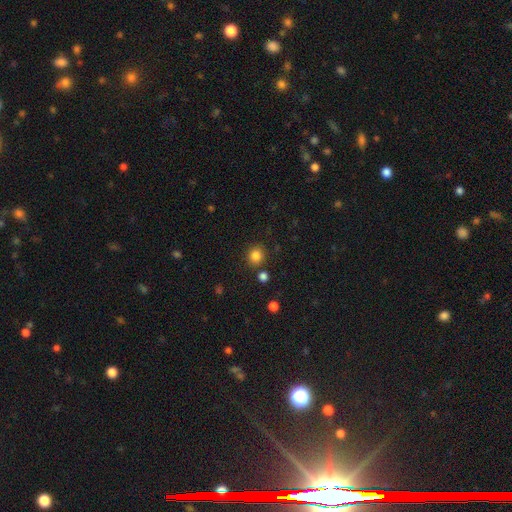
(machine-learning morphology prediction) smooth_or_featured: smooth (p=0.84) [alt: star or artifact p=0.12]
how_rounded: round (p=0.88) [alt: in between p=0.11]
merging: none (p=0.84) [alt: minor disturbance p=0.08]